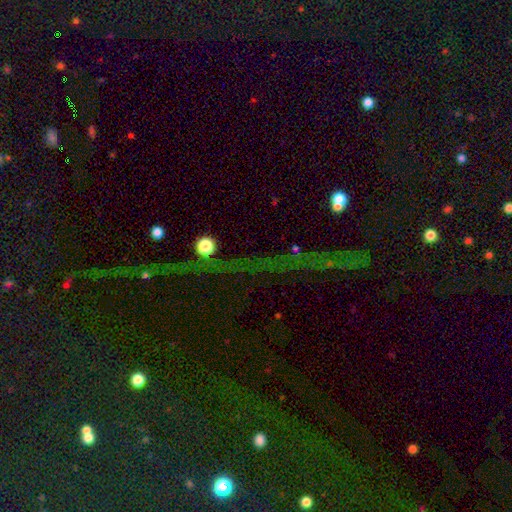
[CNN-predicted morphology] Smooth or featured? Predicted: star or artifact (p=0.66).